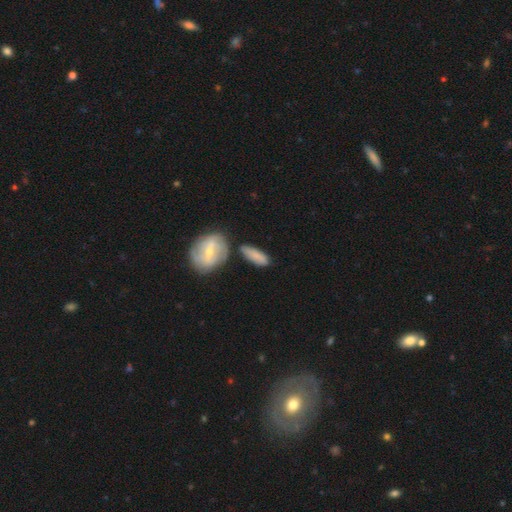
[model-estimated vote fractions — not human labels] Smooth or featured: smooth — 73% (featured or disk — 21%)
How rounded: in between — 64% (cigar-shaped — 32%)
Merging: none — 66% (minor disturbance — 18%)